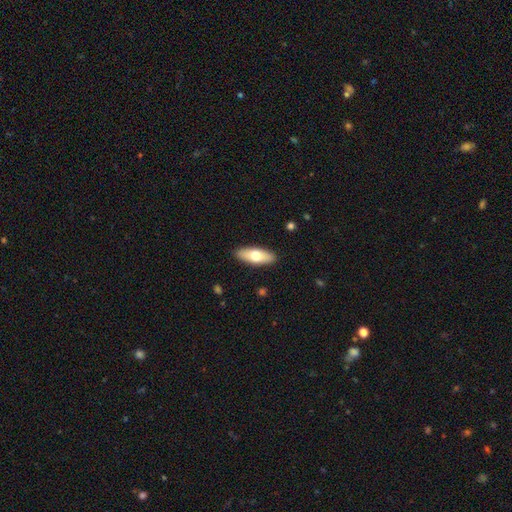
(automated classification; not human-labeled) A smooth galaxy with no disk features (66%) that is in between round and cigar-shaped (71%). Merging: none (90%).